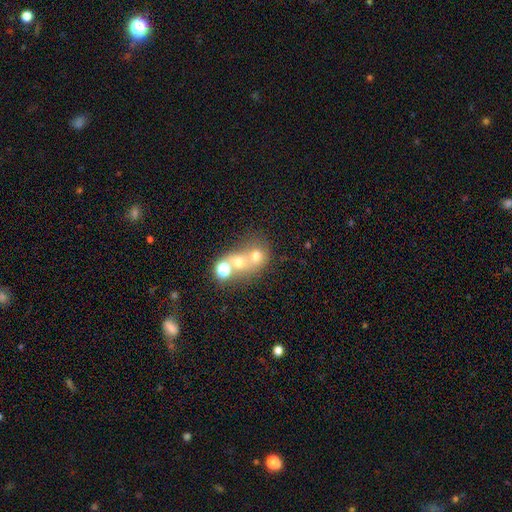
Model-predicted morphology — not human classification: type=smooth (59%); roundness=round (72%); merging=merger (56%).